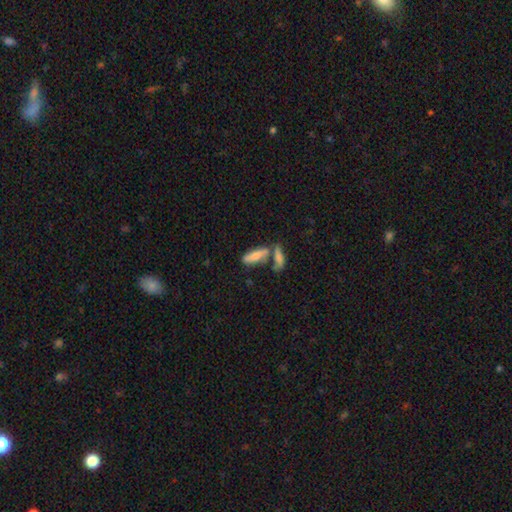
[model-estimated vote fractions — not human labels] Smooth or featured?
  - smooth: 63% *
  - featured or disk: 26%
  - star or artifact: 11%
How rounded?
  - in between: 50% *
  - cigar-shaped: 48%
  - round: 3%
Merging?
  - none: 44% *
  - merger: 40%
  - minor disturbance: 11%
  - major disturbance: 5%